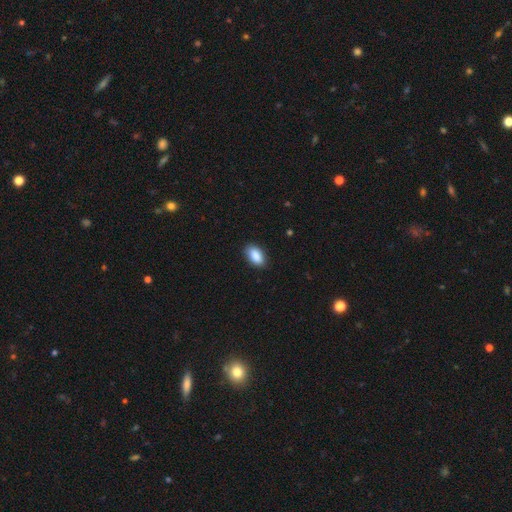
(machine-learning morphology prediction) The model was most divided on "merging": none: 88%, minor disturbance: 10%, major disturbance: 2%, merger: 1%. More confident: how rounded — in between (94%); smooth or featured — smooth (90%).